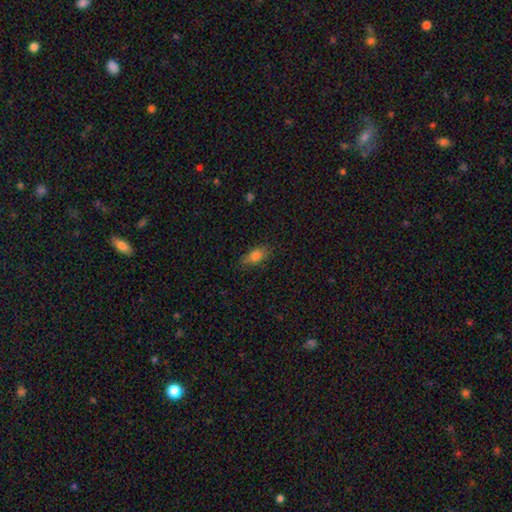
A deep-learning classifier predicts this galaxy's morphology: Smooth or featured?
  - smooth: 79% *
  - featured or disk: 12%
  - star or artifact: 9%
How rounded?
  - in between: 85% *
  - cigar-shaped: 8%
  - round: 7%
Merging?
  - none: 77% *
  - minor disturbance: 19%
  - major disturbance: 4%
  - merger: 1%